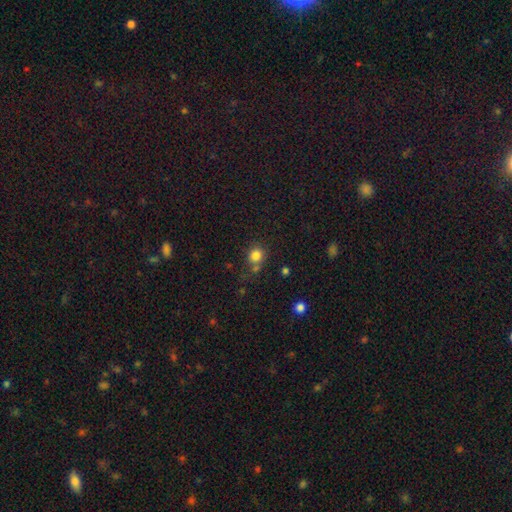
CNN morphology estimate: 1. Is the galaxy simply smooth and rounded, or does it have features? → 82% smooth, 12% star or artifact, 6% featured or disk.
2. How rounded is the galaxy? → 83% round, 16% in between, 1% cigar-shaped.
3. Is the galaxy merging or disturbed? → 66% none, 14% minor disturbance, 14% merger, 5% major disturbance.